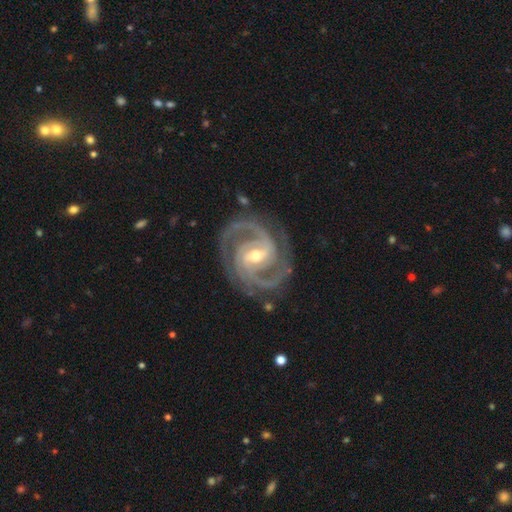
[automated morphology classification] A featured or disk galaxy (94%) with a weak bar (45%), 2 (63%) tight (55%) spiral arms (99%) and a moderate central bulge (55%).

Vote fractions:
- Smooth or featured? featured or disk: 94% / star or artifact: 4% / smooth: 2%
- Edge-on disk? no: 98% / yes: 2%
- Bar? weak: 45% / strong: 38% / no: 17%
- Spiral arms? yes: 99% / no: 1%
- Spiral winding? tight: 55% / medium: 41% / loose: 4%
- Spiral arm count? 2: 63% / 3: 23% / can't tell: 4% / 4: 4% / 1: 3% / more than 4: 3%
- Bulge size? moderate: 55% / small: 41% / large: 2% / none: 1% / dominant: 1%
- Merging? none: 81% / minor disturbance: 13% / major disturbance: 5% / merger: 1%